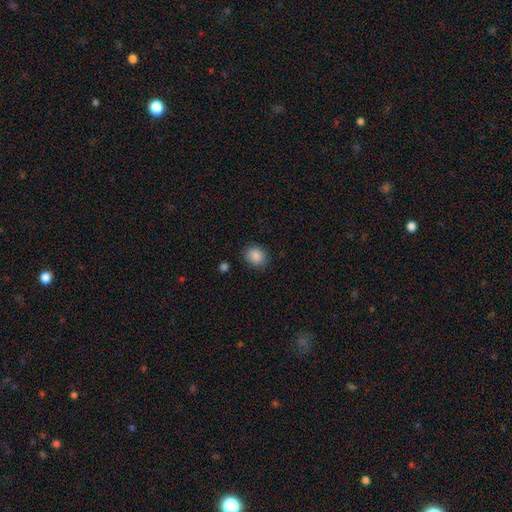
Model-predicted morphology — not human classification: Q: Smooth or featured?
A: smooth (88%); runner-up: star or artifact (9%)
Q: How rounded?
A: round (64%); runner-up: in between (35%)
Q: Merging?
A: none (85%); runner-up: minor disturbance (11%)